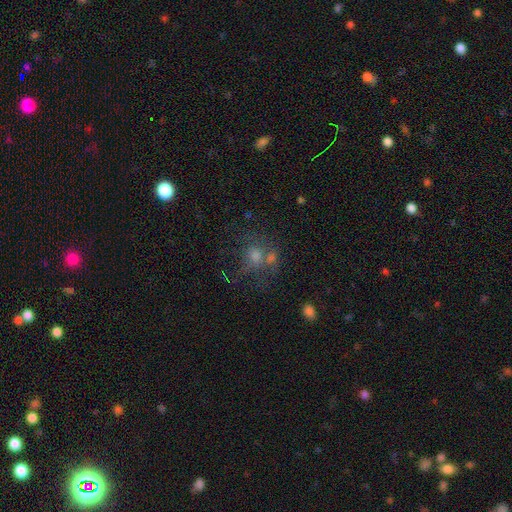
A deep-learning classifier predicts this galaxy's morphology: Smooth or featured?
  - smooth: 44% *
  - featured or disk: 30%
  - star or artifact: 26%
Merging?
  - none: 47% *
  - merger: 23%
  - major disturbance: 15%
  - minor disturbance: 15%